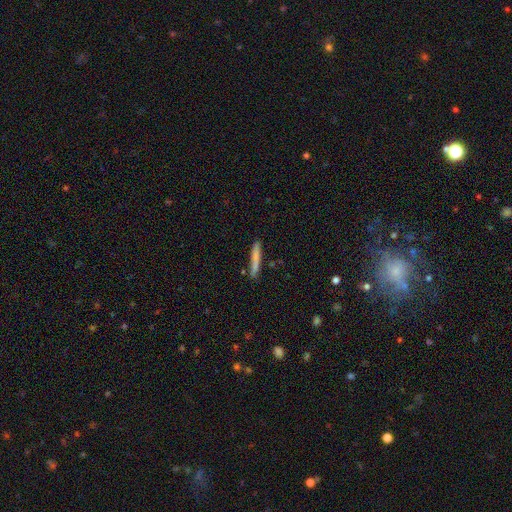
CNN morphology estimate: Overall: smooth (72%). How rounded: cigar-shaped (96%). Merging: none (86%).